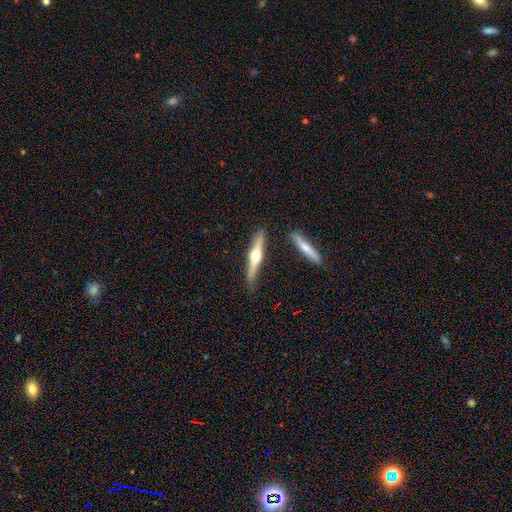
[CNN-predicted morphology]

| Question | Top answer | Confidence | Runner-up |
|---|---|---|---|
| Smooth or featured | featured or disk | 70% | smooth (25%) |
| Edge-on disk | yes | 97% | no (3%) |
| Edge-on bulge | rounded | 95% | none (2%) |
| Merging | none | 84% | minor disturbance (9%) |